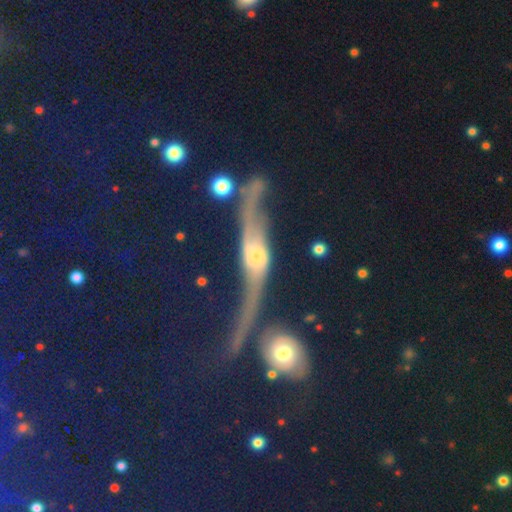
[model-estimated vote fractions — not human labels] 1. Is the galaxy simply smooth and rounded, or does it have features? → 57% featured or disk, 23% star or artifact, 20% smooth.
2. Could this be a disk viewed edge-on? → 57% no, 43% yes.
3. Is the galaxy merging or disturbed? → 50% none, 20% minor disturbance, 18% major disturbance, 12% merger.